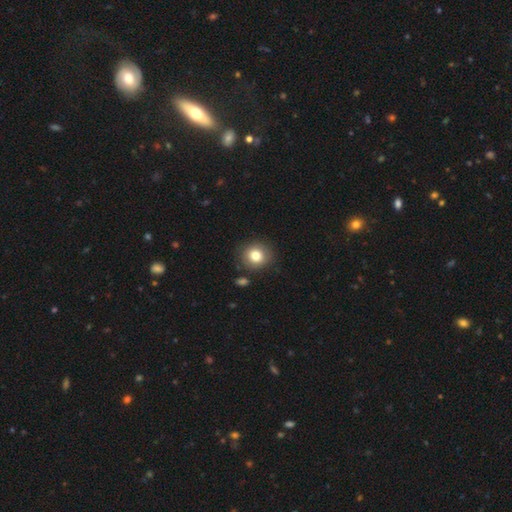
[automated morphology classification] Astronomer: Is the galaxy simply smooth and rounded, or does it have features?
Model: smooth — 80%.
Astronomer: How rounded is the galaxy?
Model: round — 85%.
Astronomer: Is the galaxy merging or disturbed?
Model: none — 84%.